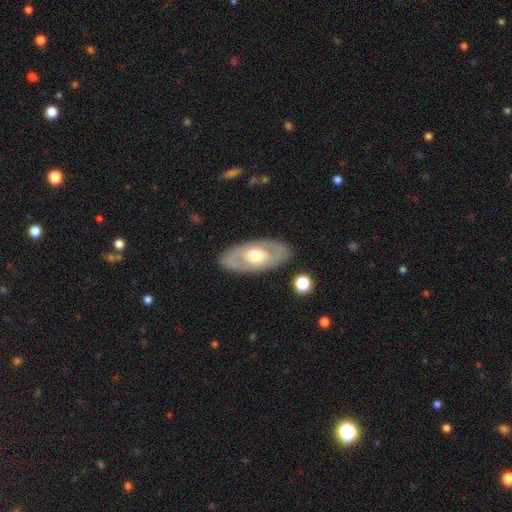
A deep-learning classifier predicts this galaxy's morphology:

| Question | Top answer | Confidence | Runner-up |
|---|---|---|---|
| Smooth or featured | featured or disk | 59% | smooth (36%) |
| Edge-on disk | no | 86% | yes (14%) |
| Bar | no | 80% | weak (15%) |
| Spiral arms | no | 79% | yes (21%) |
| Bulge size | moderate | 67% | large (22%) |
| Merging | none | 85% | minor disturbance (10%) |